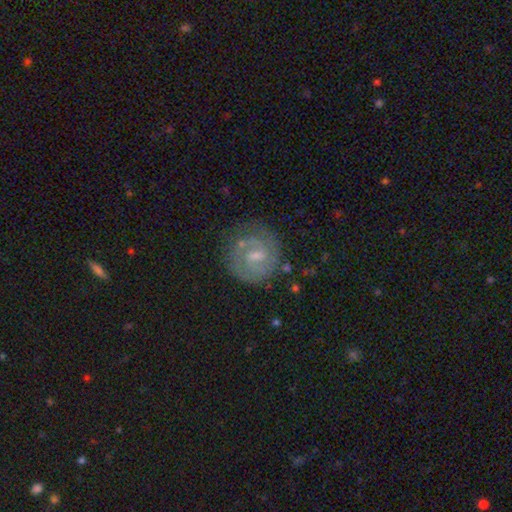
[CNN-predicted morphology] featured or disk 66%, smooth 19%, star or artifact 14%. Down the decision tree: edge-on disk — no (97%); bar — weak (51%); spiral arms — yes (84%); spiral arm count — 2 (52%); spiral winding — tight (63%); bulge size — small (48%); merging — none (81%).